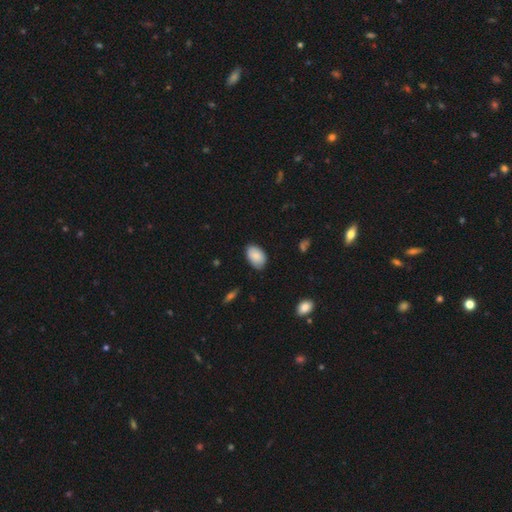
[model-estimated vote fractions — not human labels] A smooth galaxy with no disk features (87%) that is in between round and cigar-shaped (92%).

Vote fractions:
- Smooth or featured? smooth: 87% / star or artifact: 6% / featured or disk: 6%
- How rounded? in between: 92% / round: 7% / cigar-shaped: 1%
- Merging? none: 83% / minor disturbance: 14% / major disturbance: 2% / merger: 1%